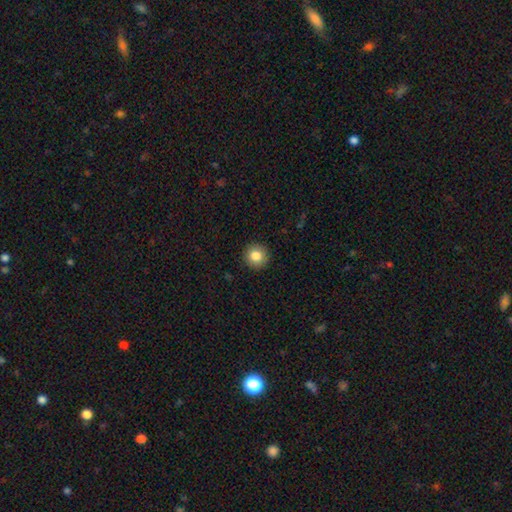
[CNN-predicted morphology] smooth 84%, star or artifact 10%, featured or disk 7%. Down the decision tree: how rounded — round (94%); merging — none (92%).